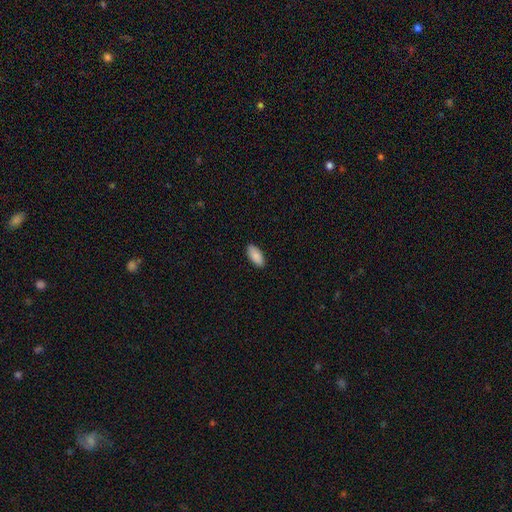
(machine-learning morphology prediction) smooth-or-featured: smooth: 90% | star or artifact: 6% | featured or disk: 4%
  how-rounded: in between: 90% | cigar-shaped: 8% | round: 2%
  merging: none: 90% | minor disturbance: 8% | major disturbance: 2% | merger: 1%